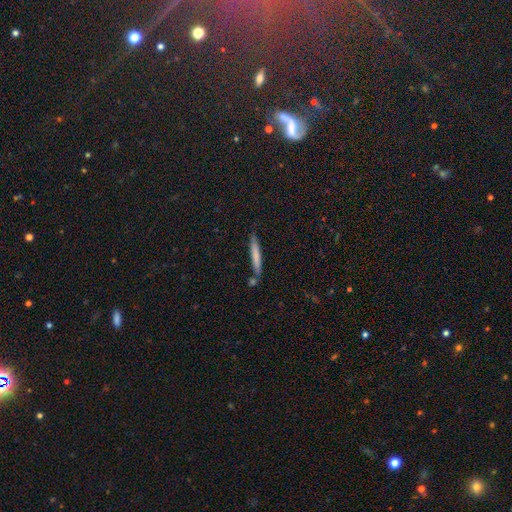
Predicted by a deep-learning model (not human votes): The model was most divided on "smooth or featured": smooth: 71%, featured or disk: 22%, star or artifact: 7%. More confident: how rounded — cigar-shaped (95%); merging — none (78%).